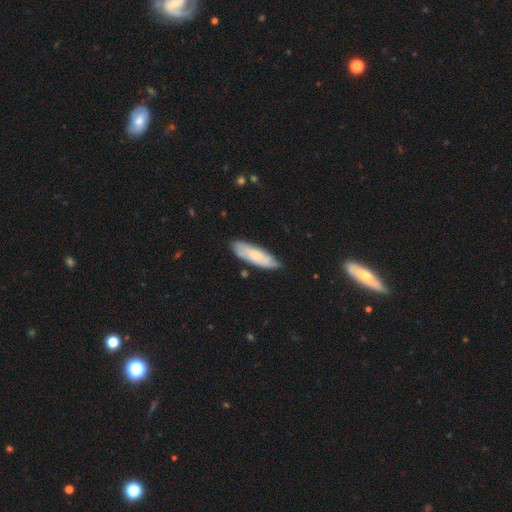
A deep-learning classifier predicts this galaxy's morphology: smooth 60%, featured or disk 34%, star or artifact 6%. Down the decision tree: how rounded — in between (50%); merging — none (76%).